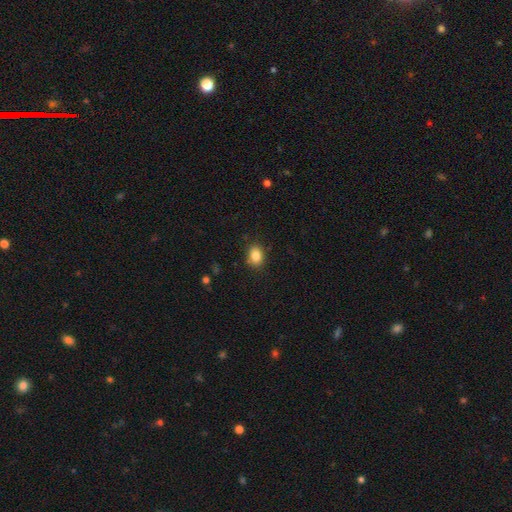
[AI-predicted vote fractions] smooth-or-featured: smooth: 85% | star or artifact: 10% | featured or disk: 6%
  how-rounded: in between: 59% | round: 40% | cigar-shaped: 1%
  merging: none: 85% | minor disturbance: 10% | major disturbance: 2% | merger: 2%